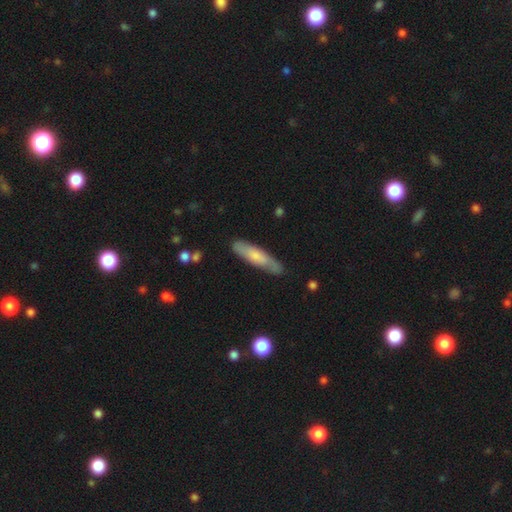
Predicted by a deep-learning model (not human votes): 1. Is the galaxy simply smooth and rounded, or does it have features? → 60% smooth, 35% featured or disk, 5% star or artifact.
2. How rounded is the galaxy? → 75% cigar-shaped, 23% in between, 2% round.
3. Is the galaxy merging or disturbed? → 79% none, 16% minor disturbance, 3% major disturbance, 2% merger.